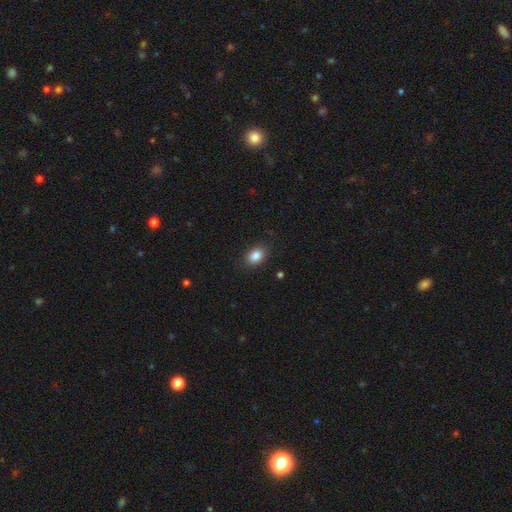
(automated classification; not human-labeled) Morphology: type=smooth (85%); roundness=in between (77%); merging=none (87%).